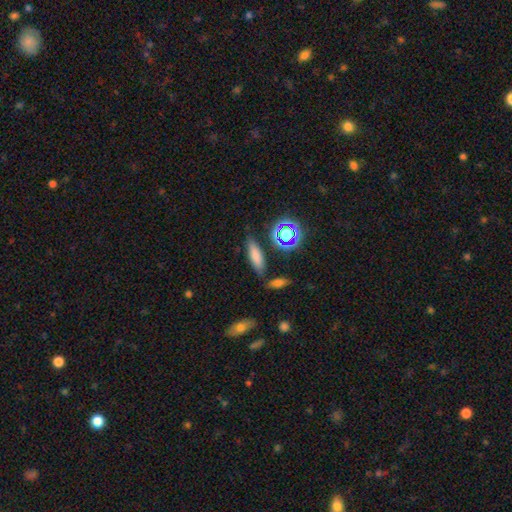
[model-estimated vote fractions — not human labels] The model was most divided on "how rounded": in between: 51%, cigar-shaped: 44%, round: 5%. More confident: merging — none (76%); smooth or featured — smooth (74%).